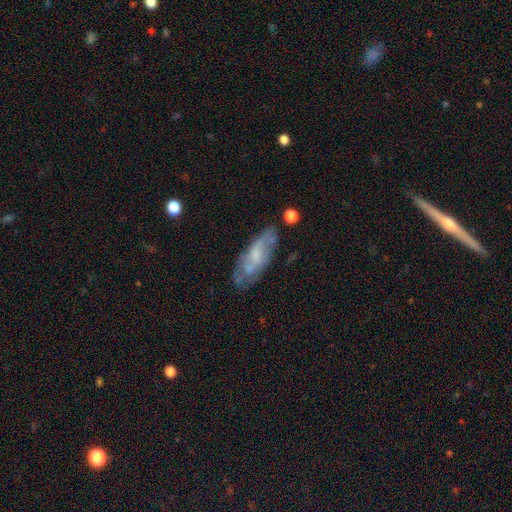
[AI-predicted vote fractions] Smooth or featured?
  - featured or disk: 53% *
  - smooth: 39%
  - star or artifact: 8%
Edge-on disk?
  - no: 80% *
  - yes: 20%
Merging?
  - none: 61% *
  - minor disturbance: 24%
  - major disturbance: 10%
  - merger: 6%